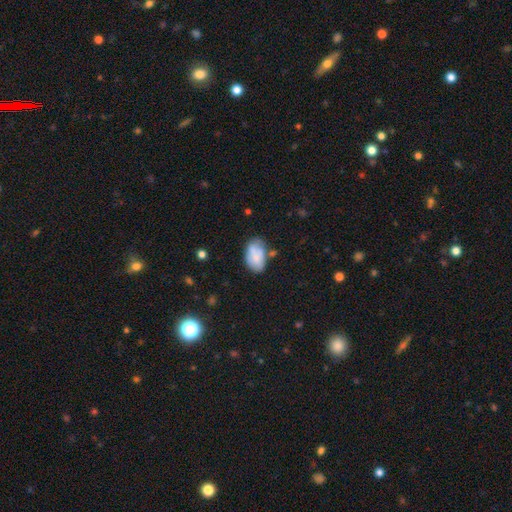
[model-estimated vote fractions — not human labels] The model was most divided on "merging": none: 53%, minor disturbance: 27%, merger: 12%, major disturbance: 8%. More confident: how rounded — in between (90%); smooth or featured — smooth (69%).